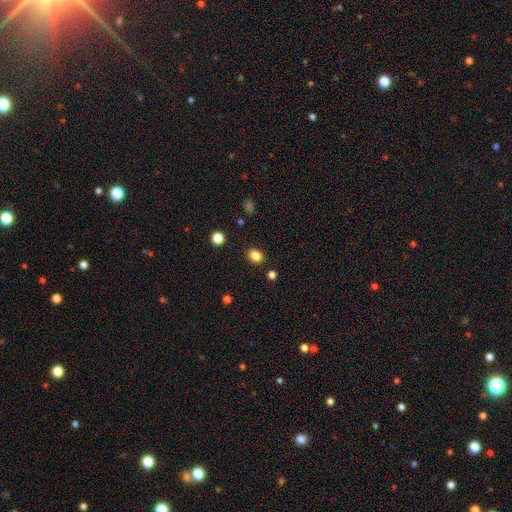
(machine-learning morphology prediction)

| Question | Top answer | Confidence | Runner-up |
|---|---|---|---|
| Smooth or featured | smooth | 84% | star or artifact (11%) |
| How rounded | in between | 54% | round (45%) |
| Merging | none | 88% | minor disturbance (8%) |